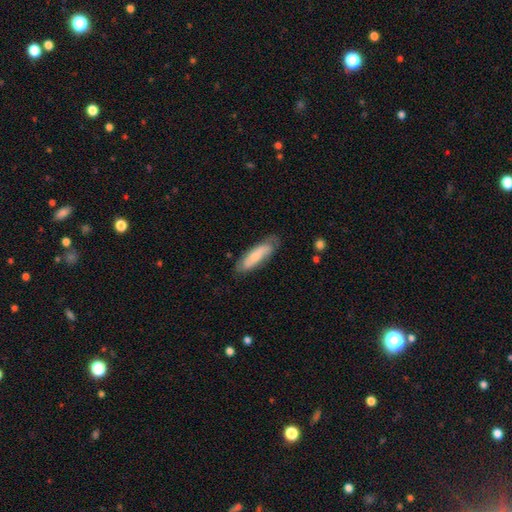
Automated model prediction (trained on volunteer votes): Morphology: type=smooth (64%); roundness=cigar-shaped (55%); merging=none (69%).